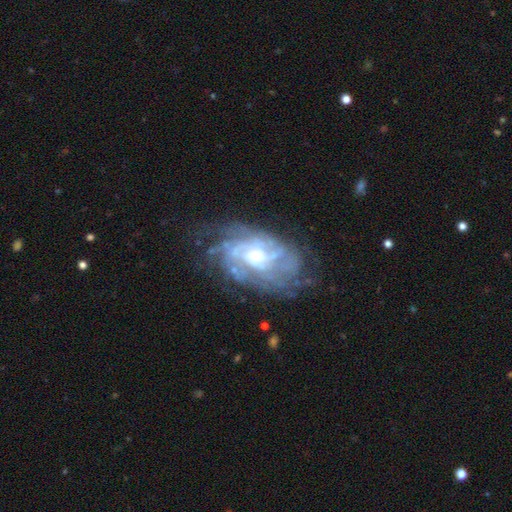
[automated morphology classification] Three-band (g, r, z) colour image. It shows a featured or disk galaxy (84%) with no bar (63%), tight (61%) spiral arms (88%) and a small central bulge (46%). Merging: none (63%).